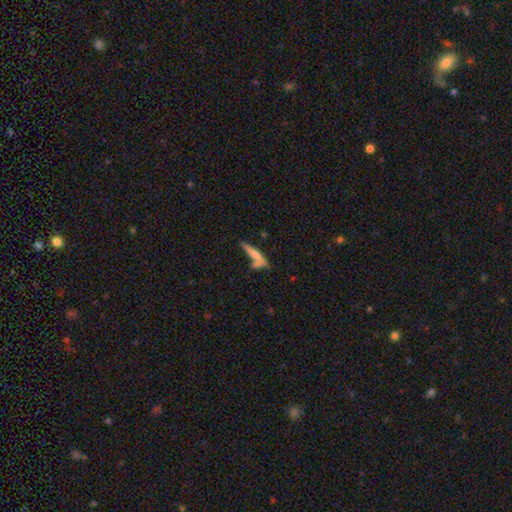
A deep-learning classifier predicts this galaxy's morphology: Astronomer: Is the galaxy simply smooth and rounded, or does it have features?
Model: smooth — 63%.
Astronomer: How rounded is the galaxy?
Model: cigar-shaped — 84%.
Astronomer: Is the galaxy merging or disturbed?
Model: none — 48% (runner-up: merger, 31%).